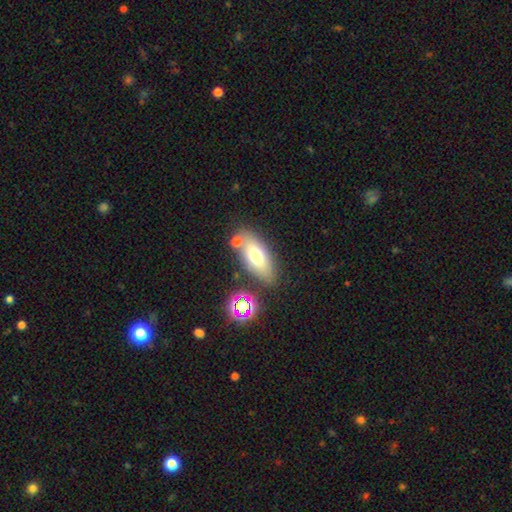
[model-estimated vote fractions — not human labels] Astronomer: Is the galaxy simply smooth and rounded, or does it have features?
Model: smooth — 67%.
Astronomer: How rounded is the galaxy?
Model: in between — 79%.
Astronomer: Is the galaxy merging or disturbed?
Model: none — 73%.